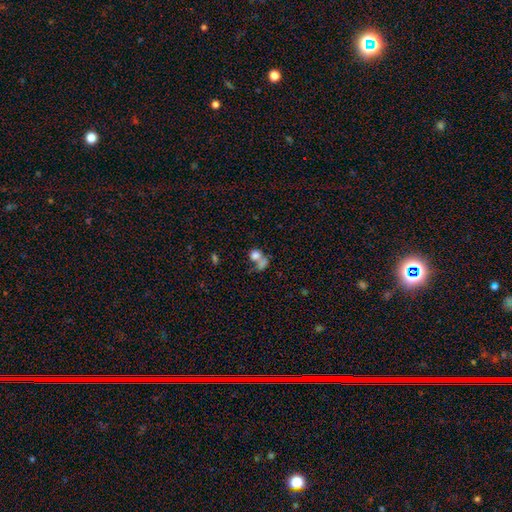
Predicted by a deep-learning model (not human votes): Smooth or featured?
  - smooth: 71% *
  - featured or disk: 16%
  - star or artifact: 13%
How rounded?
  - round: 63% *
  - in between: 36%
  - cigar-shaped: 2%
Merging?
  - merger: 54% *
  - none: 24%
  - major disturbance: 14%
  - minor disturbance: 9%